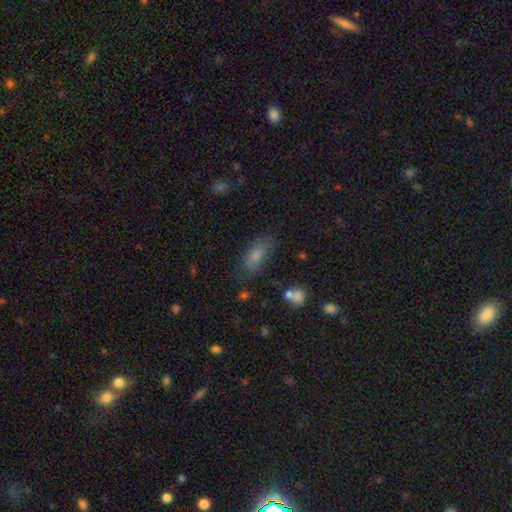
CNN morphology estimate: A smooth galaxy with no disk features (70%) that is in between round and cigar-shaped (79%). Merging: none (76%).